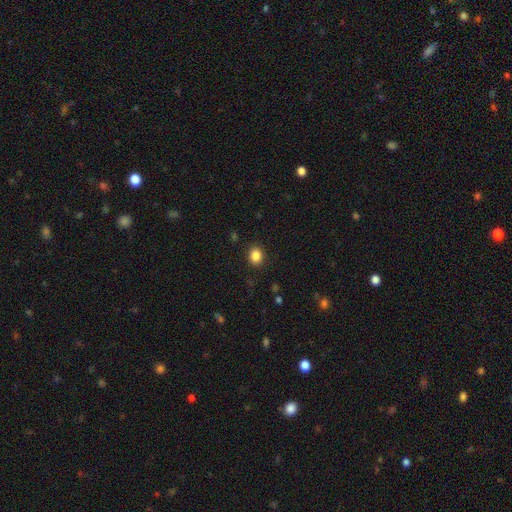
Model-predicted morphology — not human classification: Smooth or featured? Predicted: smooth (p=0.86). How rounded? Predicted: round (p=0.60). Merging? Predicted: none (p=0.89).